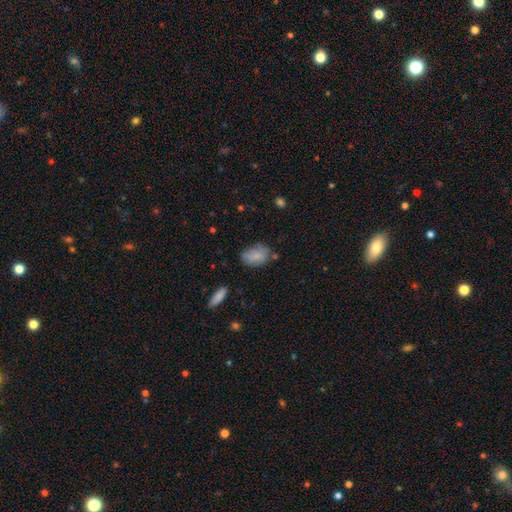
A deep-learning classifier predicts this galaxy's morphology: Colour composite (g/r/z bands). It shows a smooth galaxy with no disk features (77%) that is in between round and cigar-shaped (86%). Merging: none (62%).